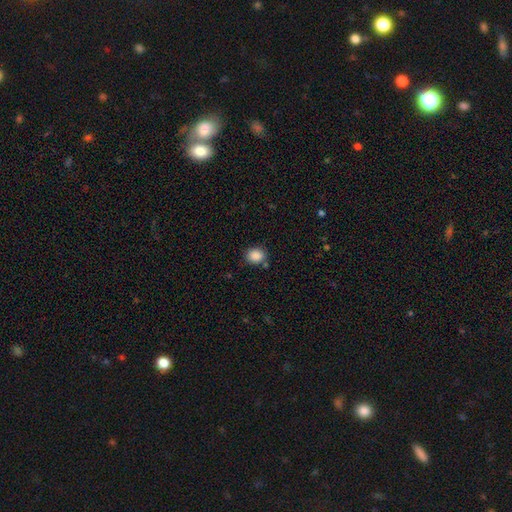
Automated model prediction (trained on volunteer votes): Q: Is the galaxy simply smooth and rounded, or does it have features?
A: smooth — 88%.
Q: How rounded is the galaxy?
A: round — 63%.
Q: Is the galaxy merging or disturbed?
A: none — 79%.